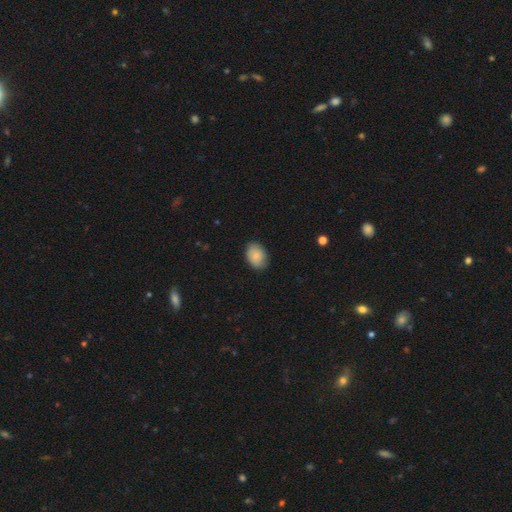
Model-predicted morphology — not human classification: Overall: smooth (85%). How rounded: in between (78%). Merging: none (82%).